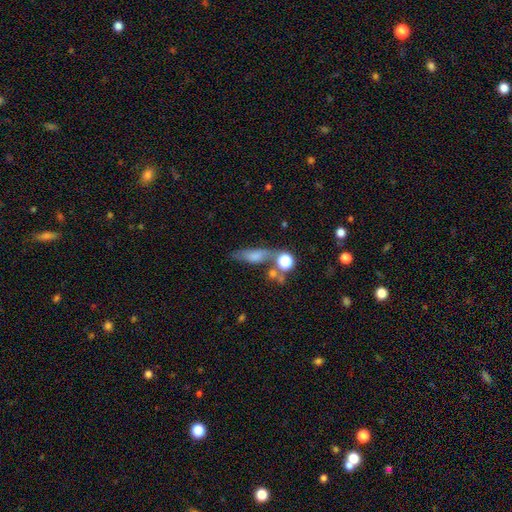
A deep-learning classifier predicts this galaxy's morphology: smooth_or_featured: smooth (p=0.61) [alt: featured or disk p=0.27]
how_rounded: in between (p=0.45) [alt: cigar-shaped p=0.43]
merging: none (p=0.48) [alt: merger p=0.20]